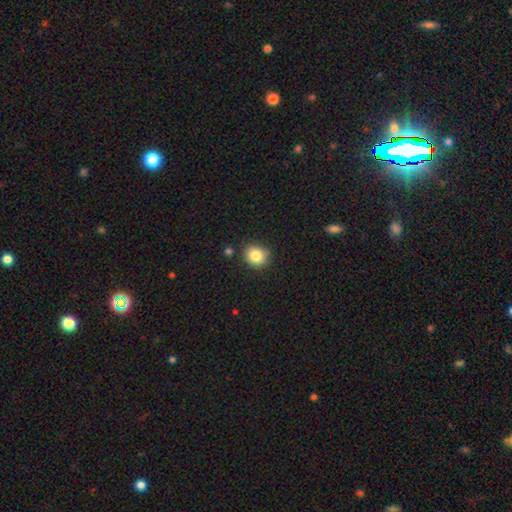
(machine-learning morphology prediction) Smooth or featured?
  - smooth: 83% *
  - star or artifact: 10%
  - featured or disk: 7%
How rounded?
  - round: 78% *
  - in between: 21%
  - cigar-shaped: 1%
Merging?
  - none: 82% *
  - minor disturbance: 12%
  - merger: 3%
  - major disturbance: 3%